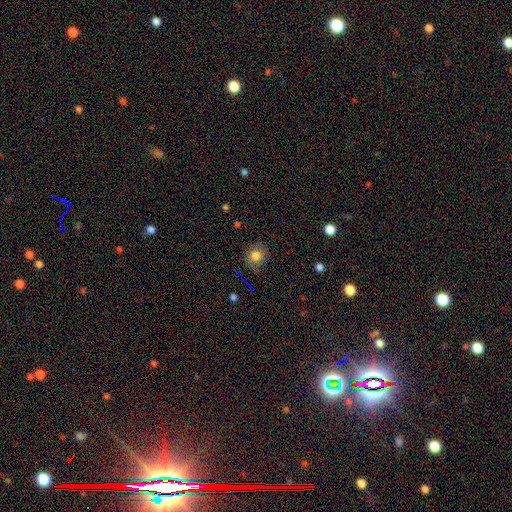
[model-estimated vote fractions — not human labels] A smooth galaxy with no disk features (76%) that is round (71%).

Vote fractions:
- Smooth or featured? smooth: 76% / featured or disk: 13% / star or artifact: 11%
- How rounded? round: 71% / in between: 28% / cigar-shaped: 1%
- Merging? none: 78% / minor disturbance: 16% / major disturbance: 4% / merger: 1%